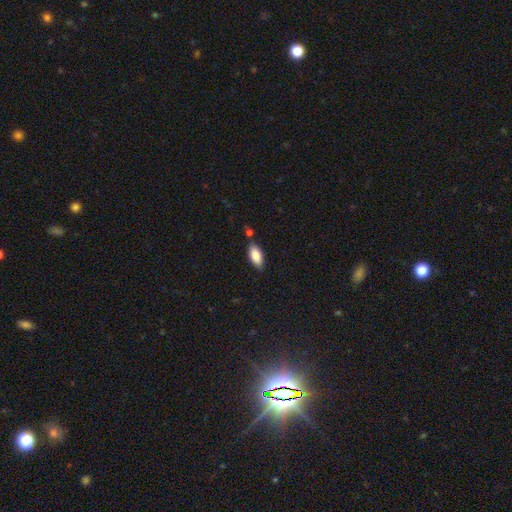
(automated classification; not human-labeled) Morphology: type=smooth (84%); roundness=in between (88%); merging=none (78%).